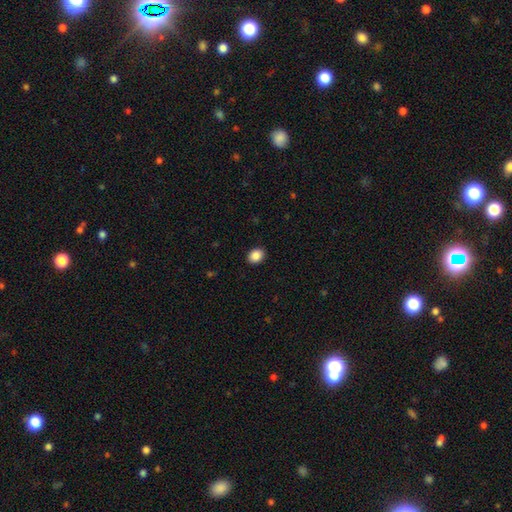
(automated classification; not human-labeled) Overall: smooth (88%). How rounded: in between (57%; round 42%). Merging: none (91%).